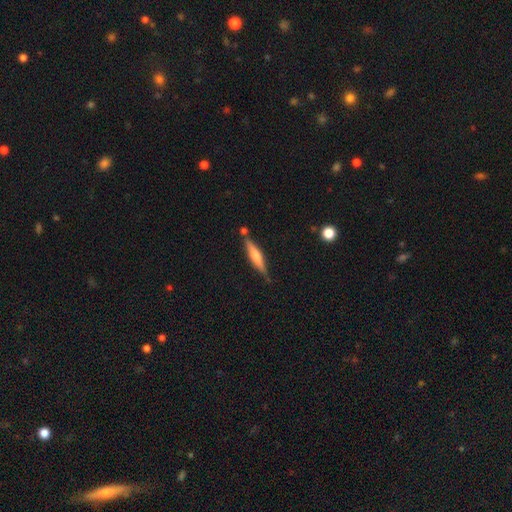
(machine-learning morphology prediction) type=smooth (49%); merging=none (74%).